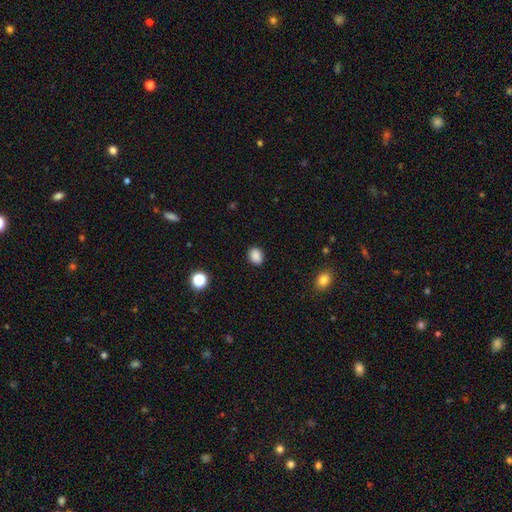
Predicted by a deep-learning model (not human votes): This appears to be a smooth galaxy with no disk features (87%) that is in between round and cigar-shaped (58%). Merging: none (88%).